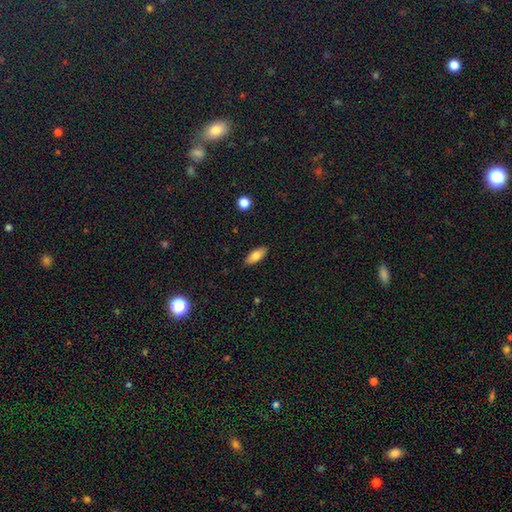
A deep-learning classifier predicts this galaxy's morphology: This appears to be a smooth galaxy with no disk features (79%) that is in between round and cigar-shaped (76%). Merging: none (87%).